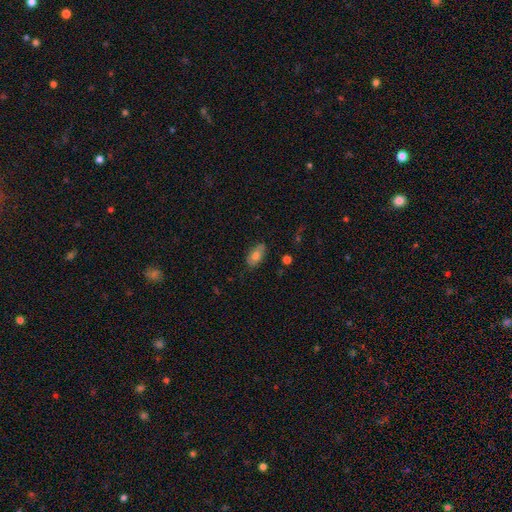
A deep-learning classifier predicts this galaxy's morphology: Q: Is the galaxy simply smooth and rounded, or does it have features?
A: smooth — 73%.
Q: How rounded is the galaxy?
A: in between — 91%.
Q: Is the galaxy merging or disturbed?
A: none — 78%.